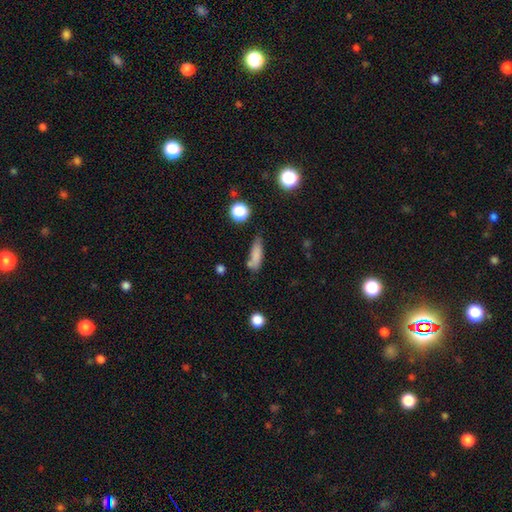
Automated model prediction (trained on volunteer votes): Morphology: type=smooth (79%); roundness=in between (48%, tied with cigar-shaped); merging=none (56%).